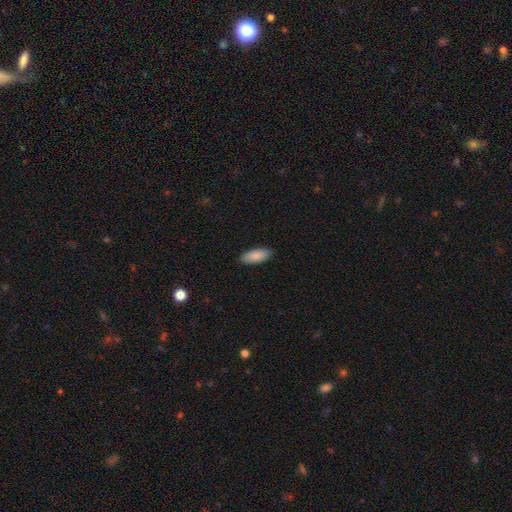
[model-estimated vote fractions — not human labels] Q: Smooth or featured?
A: smooth (88%); runner-up: featured or disk (7%)
Q: How rounded?
A: in between (83%); runner-up: cigar-shaped (15%)
Q: Merging?
A: none (89%); runner-up: minor disturbance (8%)